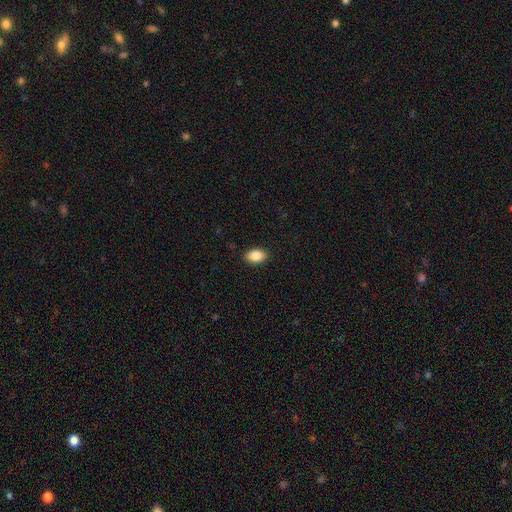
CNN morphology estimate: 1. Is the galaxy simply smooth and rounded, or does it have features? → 88% smooth, 8% star or artifact, 4% featured or disk.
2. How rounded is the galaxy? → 88% in between, 10% round, 1% cigar-shaped.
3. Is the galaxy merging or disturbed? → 89% none, 8% minor disturbance, 2% major disturbance, 1% merger.